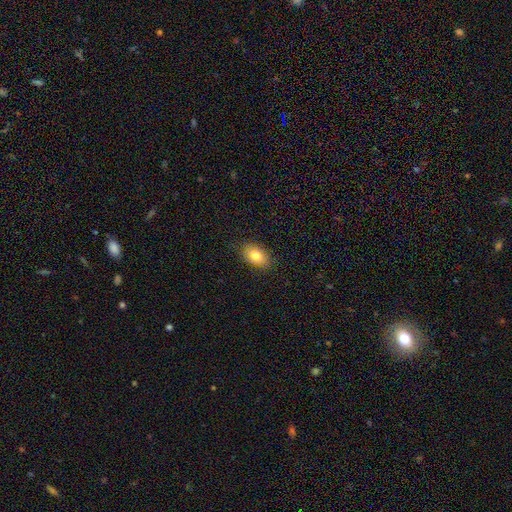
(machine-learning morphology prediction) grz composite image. It shows a smooth galaxy with no disk features (79%) that is in between round and cigar-shaped (86%). Merging: none (87%).